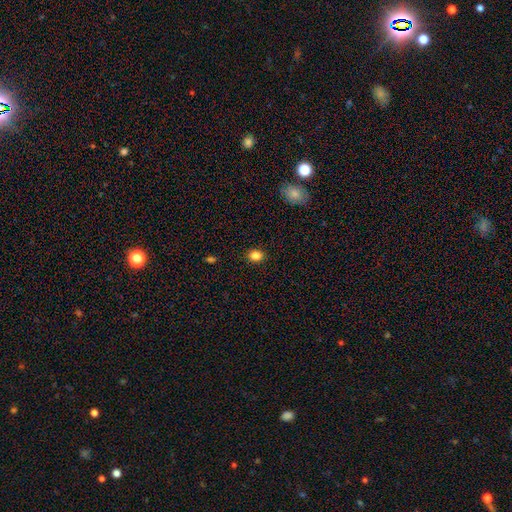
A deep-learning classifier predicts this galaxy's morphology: The model was most divided on "how rounded": in between: 51%, round: 48%, cigar-shaped: 1%. More confident: merging — none (89%); smooth or featured — smooth (84%).